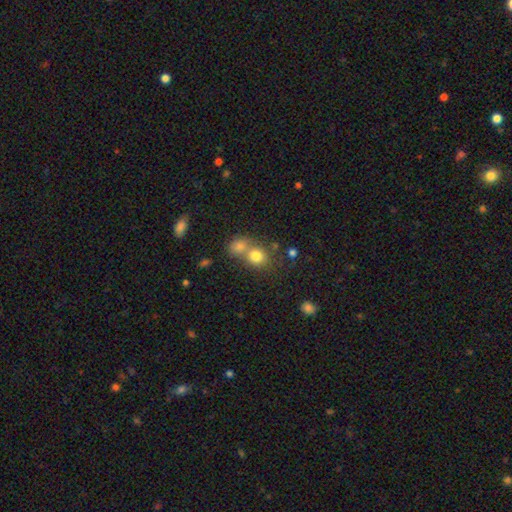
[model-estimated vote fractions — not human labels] Smooth or featured? smooth (78%)
How rounded? round (75%)
Merging? merger (47%)